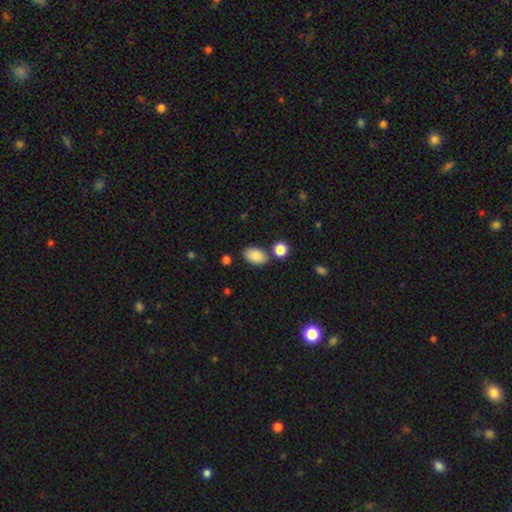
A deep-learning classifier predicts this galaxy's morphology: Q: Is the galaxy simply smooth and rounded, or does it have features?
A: smooth — 88%.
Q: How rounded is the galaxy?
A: in between — 91%.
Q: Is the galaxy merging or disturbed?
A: none — 78%.